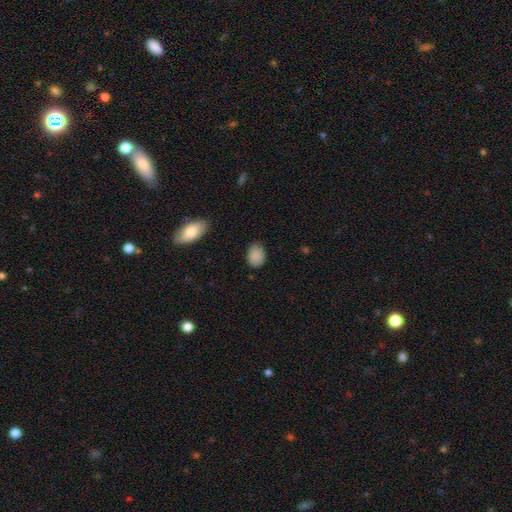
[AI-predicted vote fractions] Smooth or featured?
  - smooth: 88% *
  - star or artifact: 8%
  - featured or disk: 4%
How rounded?
  - in between: 71% *
  - round: 28%
  - cigar-shaped: 1%
Merging?
  - none: 78% *
  - minor disturbance: 18%
  - major disturbance: 3%
  - merger: 1%